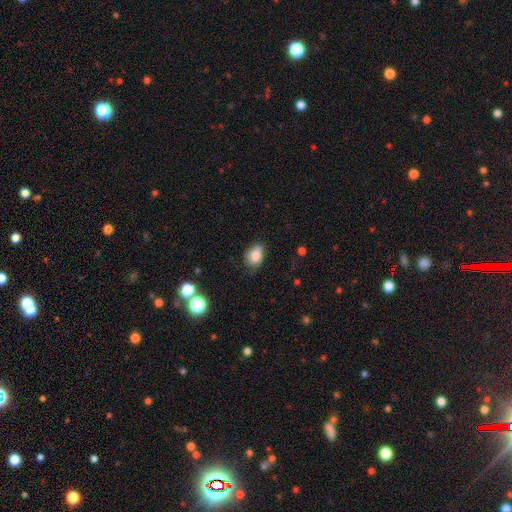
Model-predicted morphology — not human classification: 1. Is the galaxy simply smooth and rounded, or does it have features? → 81% smooth, 10% featured or disk, 9% star or artifact.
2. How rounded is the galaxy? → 81% in between, 18% round, 1% cigar-shaped.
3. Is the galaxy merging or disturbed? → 69% none, 24% minor disturbance, 5% major disturbance, 2% merger.